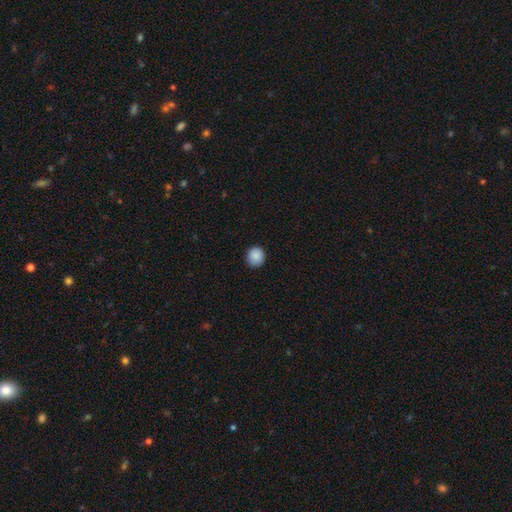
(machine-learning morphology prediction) Q: Smooth or featured?
A: smooth (89%); runner-up: star or artifact (8%)
Q: How rounded?
A: round (88%); runner-up: in between (11%)
Q: Merging?
A: none (91%); runner-up: minor disturbance (7%)